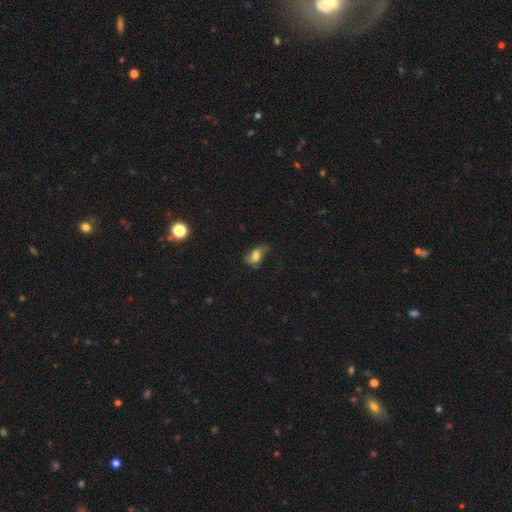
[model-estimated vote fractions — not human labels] Smooth or featured? smooth (55%)
How rounded? in between (83%)
Merging? none (43%)